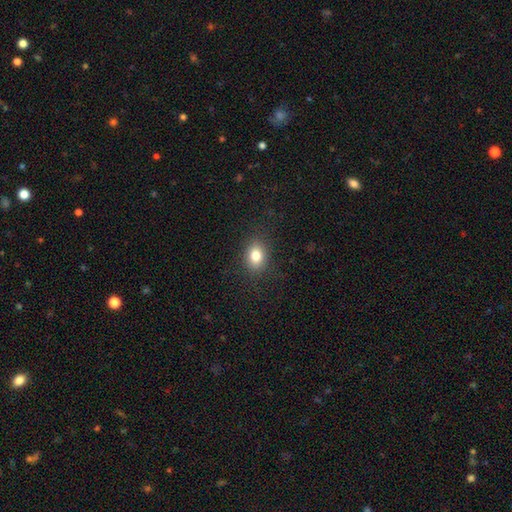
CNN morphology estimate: Smooth or featured? Predicted: smooth (p=0.81). How rounded? Predicted: in between (p=0.61). Merging? Predicted: none (p=0.87).